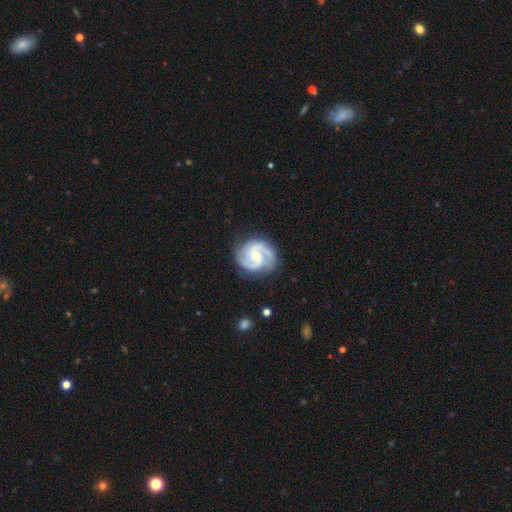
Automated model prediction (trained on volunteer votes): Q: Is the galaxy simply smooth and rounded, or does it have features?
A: featured or disk — 92%.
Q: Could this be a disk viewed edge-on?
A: no — 98%.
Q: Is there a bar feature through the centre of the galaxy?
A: no — 54%.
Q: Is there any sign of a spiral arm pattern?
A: yes — 98%.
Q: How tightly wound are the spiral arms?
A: medium — 49%.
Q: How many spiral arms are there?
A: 2 — 64%.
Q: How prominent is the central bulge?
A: small — 61%.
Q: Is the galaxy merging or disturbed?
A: none — 82%.